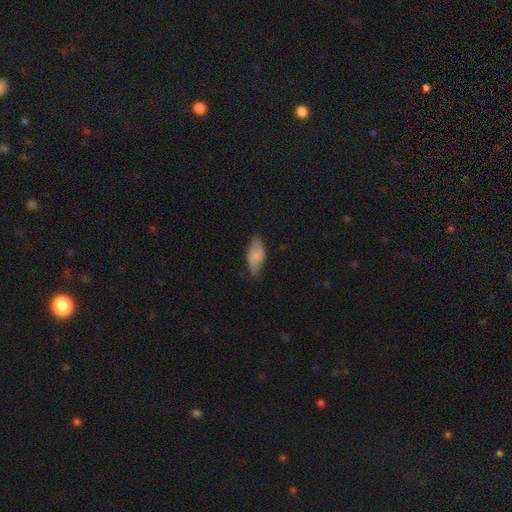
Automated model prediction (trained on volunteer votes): A smooth galaxy with no disk features (77%) that is in between round and cigar-shaped (89%). Merging: none (70%).